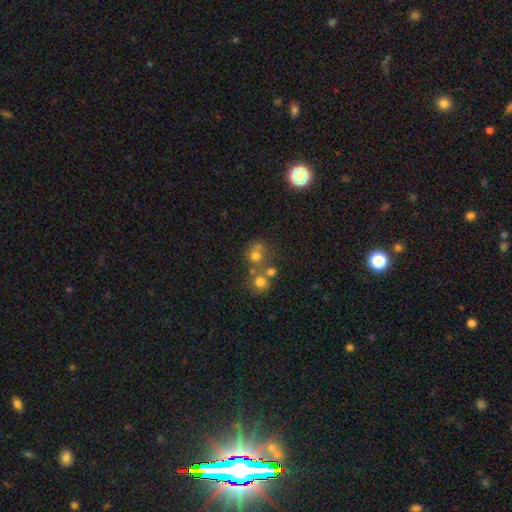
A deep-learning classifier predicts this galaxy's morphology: smooth-or-featured: smooth: 66% | star or artifact: 19% | featured or disk: 16%
  how-rounded: round: 81% | in between: 18% | cigar-shaped: 1%
  merging: none: 50% | merger: 34% | minor disturbance: 10% | major disturbance: 6%